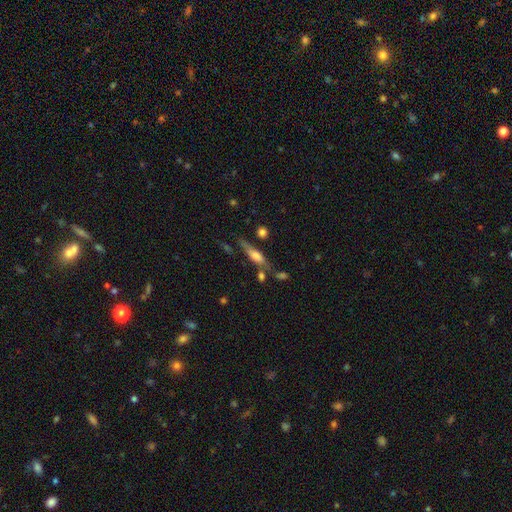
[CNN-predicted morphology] This is possibly a smooth galaxy (49%). Merging: possibly none (55%).